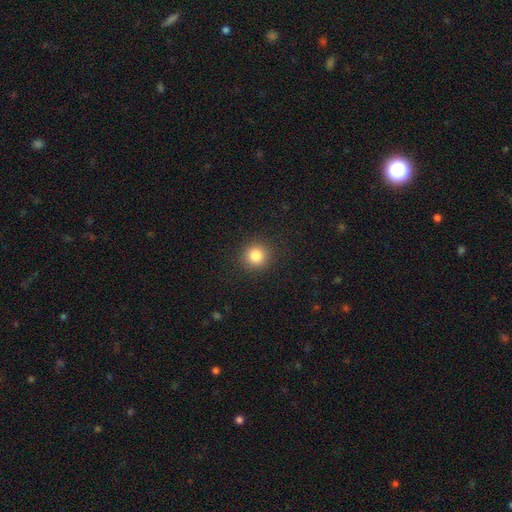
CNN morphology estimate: type=smooth (84%); roundness=round (93%); merging=none (91%).